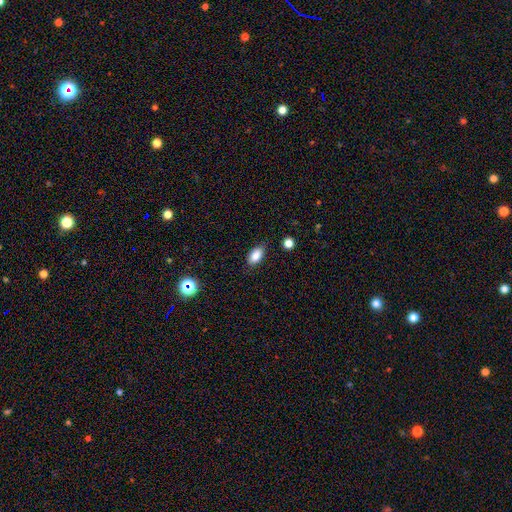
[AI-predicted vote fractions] Smooth or featured? Predicted: smooth (p=0.85). How rounded? Predicted: in between (p=0.91). Merging? Predicted: none (p=0.83).